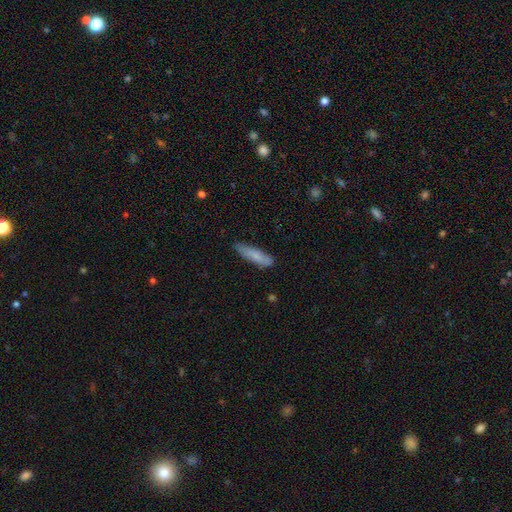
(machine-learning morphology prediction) Smooth or featured? Predicted: smooth (p=0.78). How rounded? Predicted: cigar-shaped (p=0.73). Merging? Predicted: none (p=0.74).